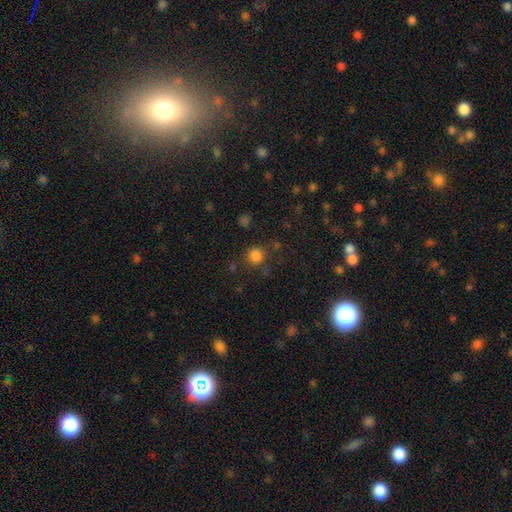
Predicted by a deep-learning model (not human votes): Smooth or featured?
  - smooth: 82% *
  - star or artifact: 14%
  - featured or disk: 4%
How rounded?
  - round: 93% *
  - in between: 6%
  - cigar-shaped: 1%
Merging?
  - none: 83% *
  - minor disturbance: 9%
  - major disturbance: 4%
  - merger: 4%